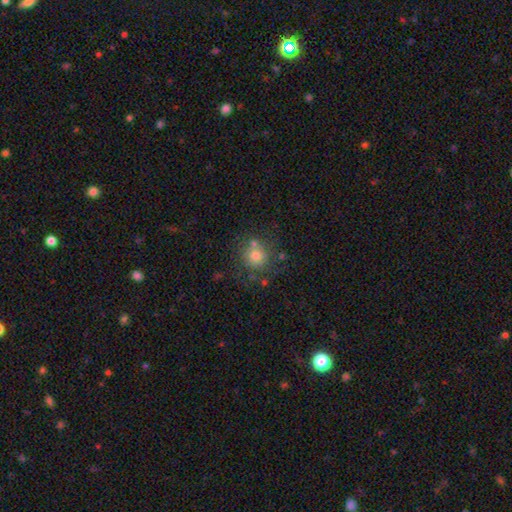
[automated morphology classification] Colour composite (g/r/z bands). It shows a smooth galaxy with no disk features (73%) that is round (90%). Merging: none (69%).